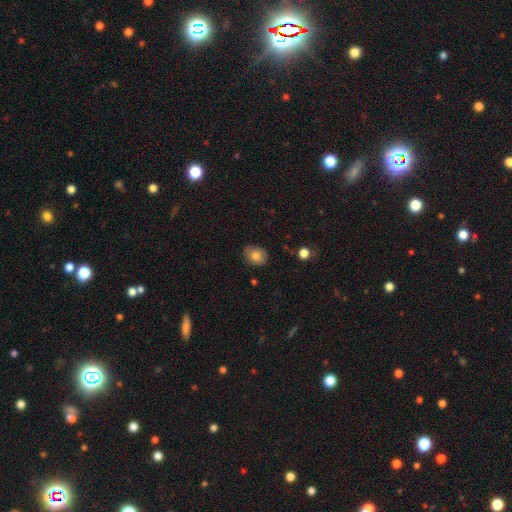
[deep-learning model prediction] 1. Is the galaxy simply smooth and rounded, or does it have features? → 79% smooth, 12% featured or disk, 9% star or artifact.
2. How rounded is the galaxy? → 54% round, 45% in between, 1% cigar-shaped.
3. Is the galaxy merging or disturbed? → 80% none, 16% minor disturbance, 3% major disturbance, 1% merger.